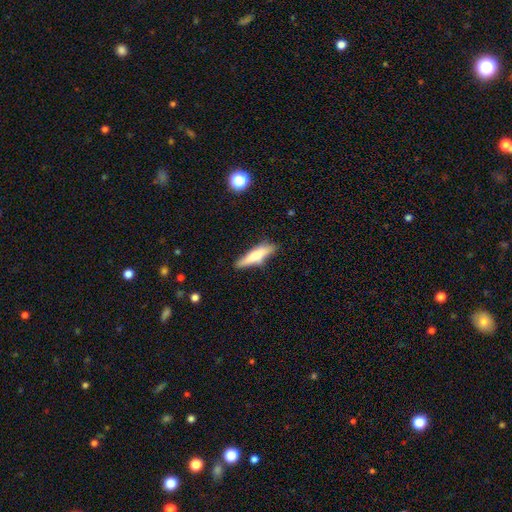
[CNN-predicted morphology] Q: Smooth or featured?
A: smooth (61%); runner-up: featured or disk (32%)
Q: How rounded?
A: cigar-shaped (76%); runner-up: in between (22%)
Q: Merging?
A: none (78%); runner-up: minor disturbance (16%)